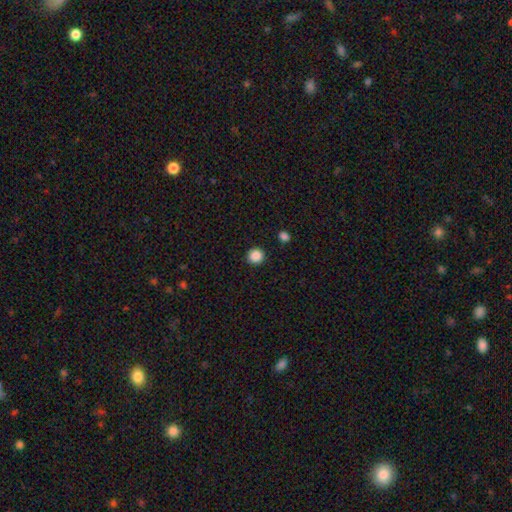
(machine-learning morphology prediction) A smooth galaxy with no disk features (88%) that is round (93%). Merging: none (92%).